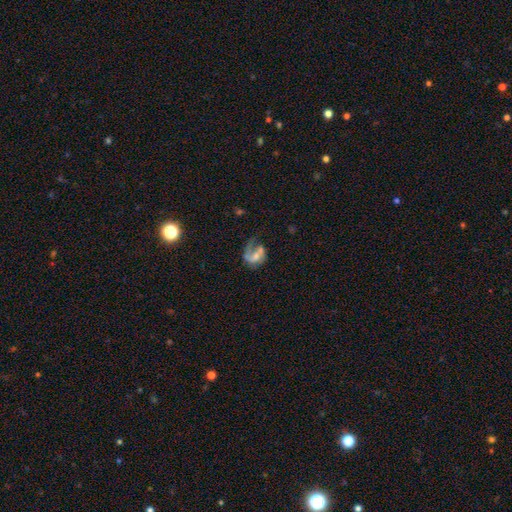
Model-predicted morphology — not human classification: Overall: featured or disk (66%). Edge-on disk: no (97%). Bar: no (51%; weak 36%). Spiral arms: yes (76%). Bulge size: small (37%; moderate 34%). Merging: major disturbance (41%; none 30%).